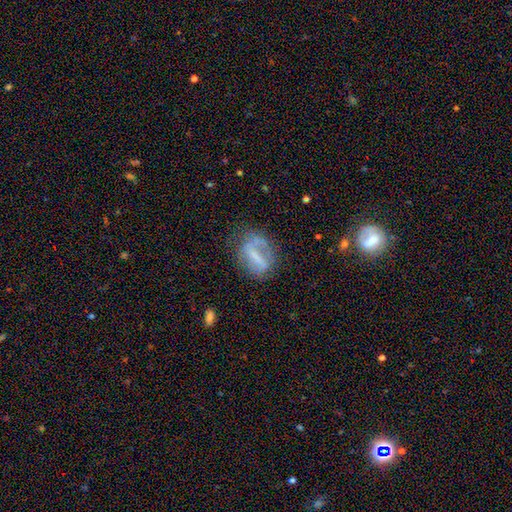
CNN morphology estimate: Smooth or featured?
  - featured or disk: 59% *
  - smooth: 30%
  - star or artifact: 11%
Edge-on disk?
  - no: 92% *
  - yes: 8%
Bar?
  - strong: 60% *
  - weak: 25%
  - no: 15%
Spiral arms?
  - no: 51% *
  - yes: 49%
Bulge size?
  - none: 50% *
  - small: 26%
  - moderate: 17%
  - large: 5%
  - dominant: 2%
Merging?
  - none: 52% *
  - minor disturbance: 24%
  - major disturbance: 20%
  - merger: 4%